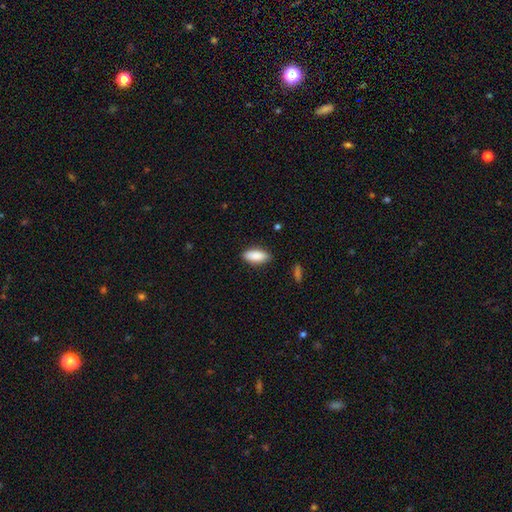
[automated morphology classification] A smooth galaxy with no disk features (88%) that is in between round and cigar-shaped (83%).

Vote fractions:
- Smooth or featured? smooth: 88% / star or artifact: 6% / featured or disk: 6%
- How rounded? in between: 83% / cigar-shaped: 15% / round: 2%
- Merging? none: 85% / minor disturbance: 12% / major disturbance: 2% / merger: 1%